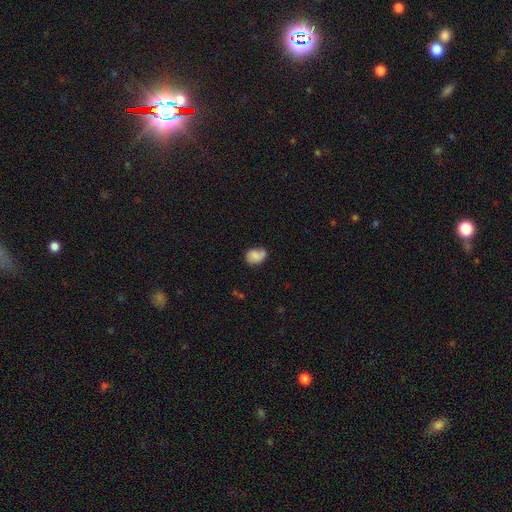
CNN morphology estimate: smooth-or-featured: smooth: 74% | featured or disk: 17% | star or artifact: 9%
  how-rounded: in between: 61% | round: 38% | cigar-shaped: 1%
  merging: none: 56% | minor disturbance: 32% | major disturbance: 9% | merger: 3%